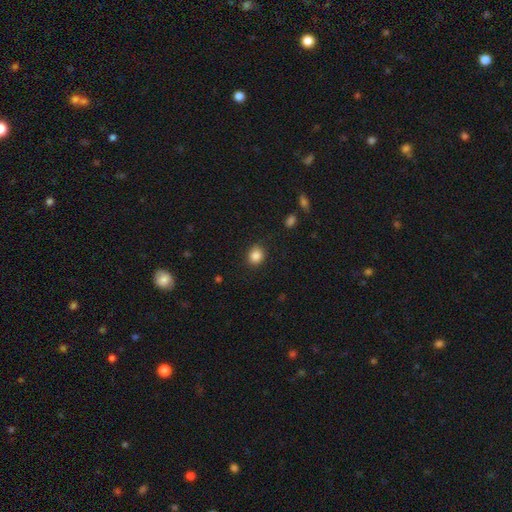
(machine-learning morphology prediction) This appears to be a smooth galaxy with no disk features (86%) that is round (72%). Merging: none (86%).